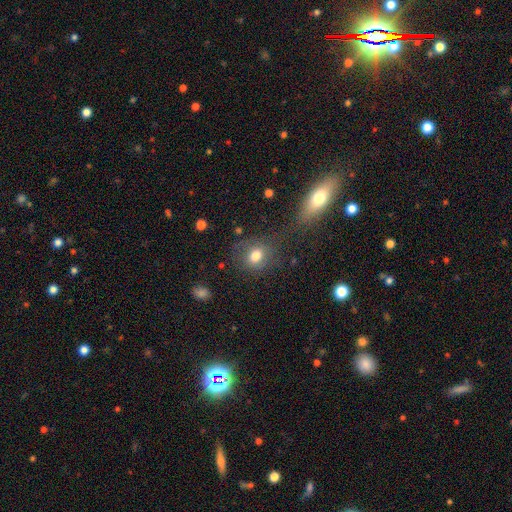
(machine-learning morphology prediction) Smooth or featured? smooth (77%)
How rounded? round (62%)
Merging? none (67%)